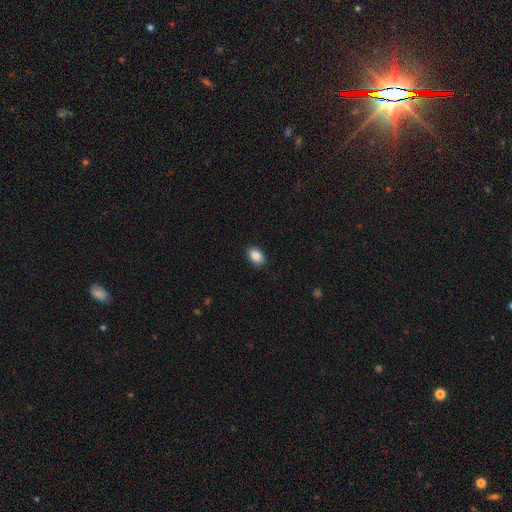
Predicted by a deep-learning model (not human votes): Smooth or featured?
  - smooth: 87% *
  - star or artifact: 8%
  - featured or disk: 5%
How rounded?
  - in between: 88% *
  - round: 11%
  - cigar-shaped: 1%
Merging?
  - none: 89% *
  - minor disturbance: 8%
  - major disturbance: 2%
  - merger: 1%